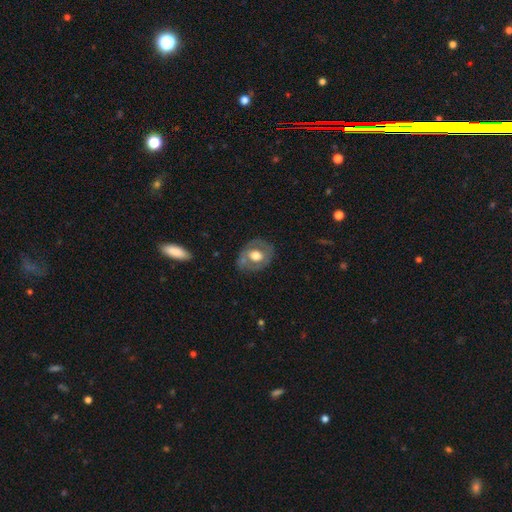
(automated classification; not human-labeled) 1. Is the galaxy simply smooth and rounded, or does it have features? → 47% featured or disk, 46% smooth, 7% star or artifact.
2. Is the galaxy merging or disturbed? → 69% none, 20% minor disturbance, 8% major disturbance, 3% merger.